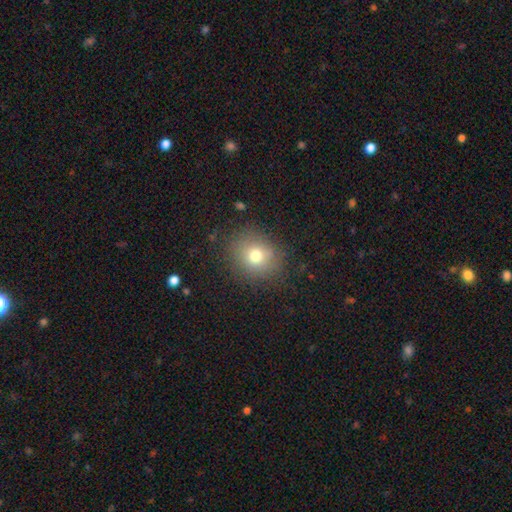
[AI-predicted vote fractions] A smooth galaxy with no disk features (73%) that is round (76%). Merging: none (82%).